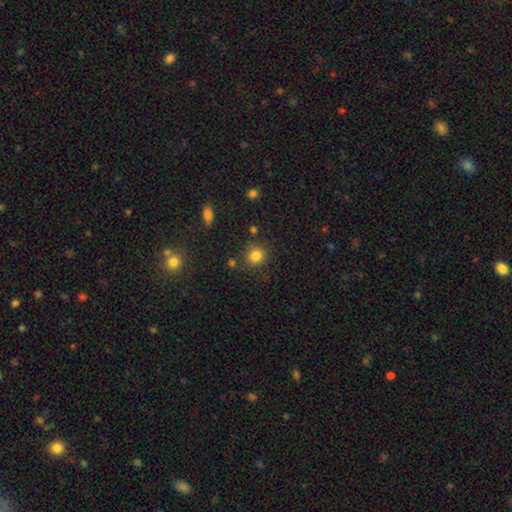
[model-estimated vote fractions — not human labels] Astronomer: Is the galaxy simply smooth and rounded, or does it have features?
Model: smooth — 82%.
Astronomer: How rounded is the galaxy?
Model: round — 85%.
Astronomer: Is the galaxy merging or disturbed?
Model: none — 81%.